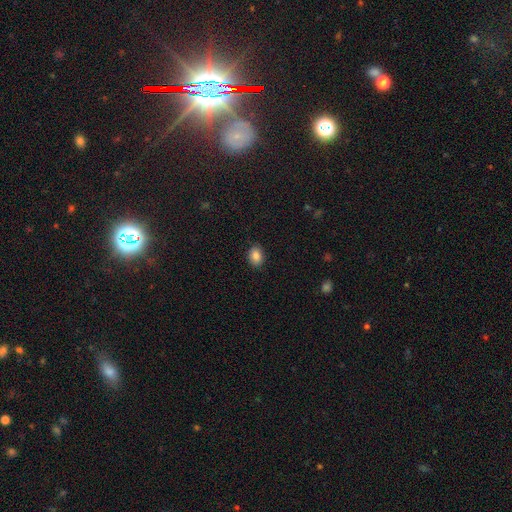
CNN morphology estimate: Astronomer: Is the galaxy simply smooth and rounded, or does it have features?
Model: smooth — 87%.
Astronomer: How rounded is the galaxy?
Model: in between — 69%.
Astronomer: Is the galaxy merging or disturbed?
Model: none — 88%.